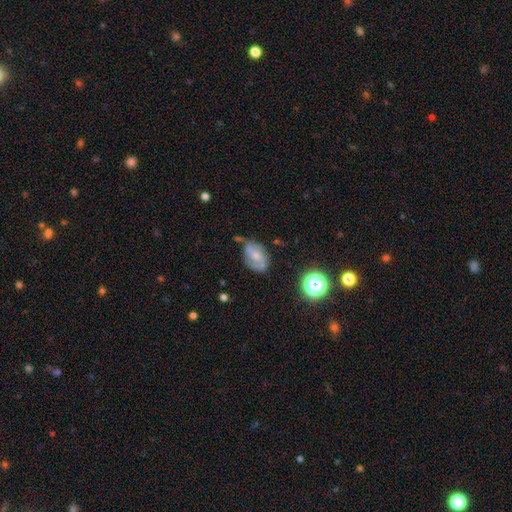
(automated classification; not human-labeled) A featured or disk galaxy (55%) with no bar (62%), spiral arms (80%) and a small central bulge (44%).

Vote fractions:
- Smooth or featured? featured or disk: 55% / smooth: 34% / star or artifact: 11%
- Edge-on disk? no: 96% / yes: 4%
- Bar? no: 62% / weak: 33% / strong: 6%
- Spiral arms? yes: 80% / no: 20%
- Bulge size? small: 44% / moderate: 40% / none: 10% / large: 4% / dominant: 1%
- Merging? none: 53% / minor disturbance: 30% / major disturbance: 11% / merger: 6%